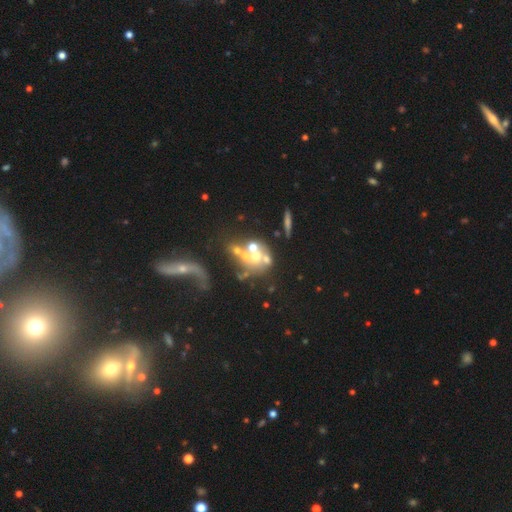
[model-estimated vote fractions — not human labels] A featured or disk galaxy (55%) with no bar (90%), no spiral arms (89%) and a moderate central bulge (35%).

Vote fractions:
- Smooth or featured? featured or disk: 55% / smooth: 27% / star or artifact: 17%
- Edge-on disk? no: 96% / yes: 4%
- Bar? no: 90% / weak: 7% / strong: 3%
- Spiral arms? no: 89% / yes: 11%
- Bulge size? moderate: 35% / none: 33% / small: 22% / large: 6% / dominant: 3%
- Merging? merger: 46% / none: 25% / major disturbance: 18% / minor disturbance: 10%